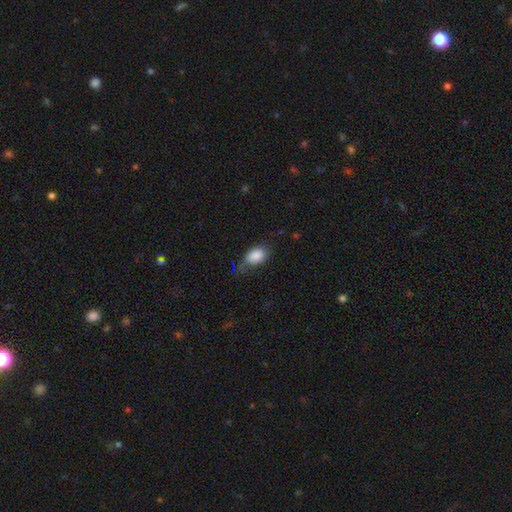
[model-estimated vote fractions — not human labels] Smooth or featured? smooth (86%)
How rounded? in between (86%)
Merging? none (54%)